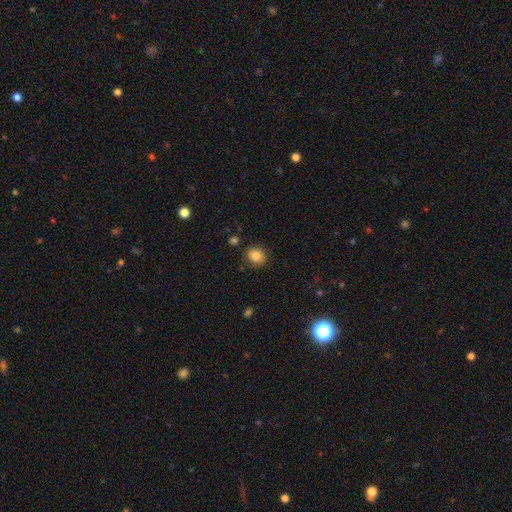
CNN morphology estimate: Smooth or featured?
  - smooth: 85% *
  - star or artifact: 9%
  - featured or disk: 5%
How rounded?
  - round: 65% *
  - in between: 34%
  - cigar-shaped: 1%
Merging?
  - none: 83% *
  - minor disturbance: 12%
  - major disturbance: 3%
  - merger: 2%